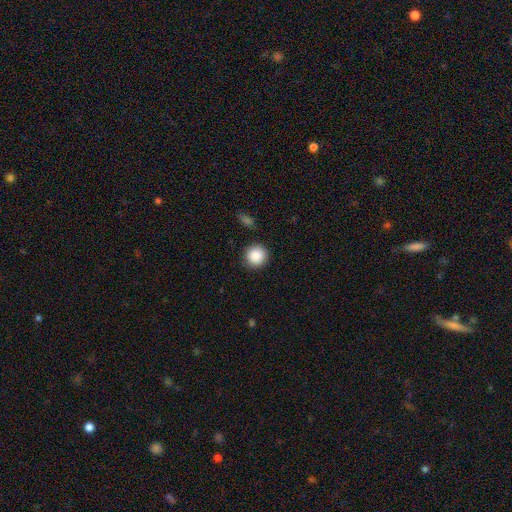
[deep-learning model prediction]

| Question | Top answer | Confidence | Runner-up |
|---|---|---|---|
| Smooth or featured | smooth | 88% | star or artifact (8%) |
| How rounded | round | 93% | in between (6%) |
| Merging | none | 89% | minor disturbance (7%) |